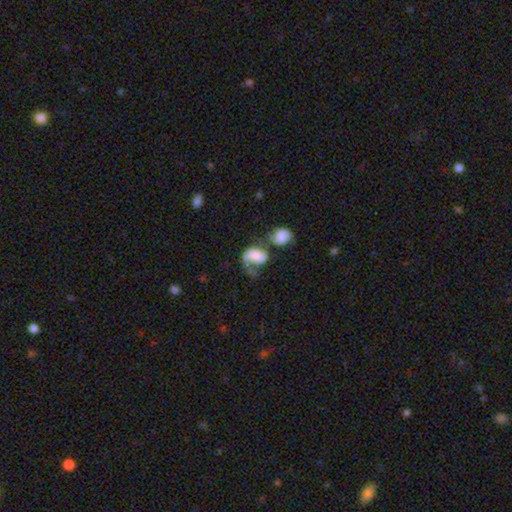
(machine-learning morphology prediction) Overall: featured or disk (55%; smooth 37%). Edge-on disk: no (97%). Bar: no (62%; weak 28%). Spiral arms: yes (85%). Bulge size: moderate (29%; small 23%). Merging: merger (40%; major disturbance 25%).